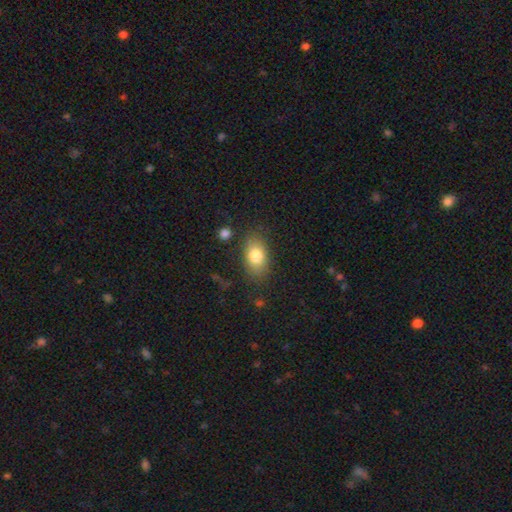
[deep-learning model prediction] Smooth or featured?
  - smooth: 80% *
  - featured or disk: 12%
  - star or artifact: 8%
How rounded?
  - in between: 85% *
  - round: 12%
  - cigar-shaped: 3%
Merging?
  - none: 79% *
  - minor disturbance: 14%
  - major disturbance: 5%
  - merger: 3%